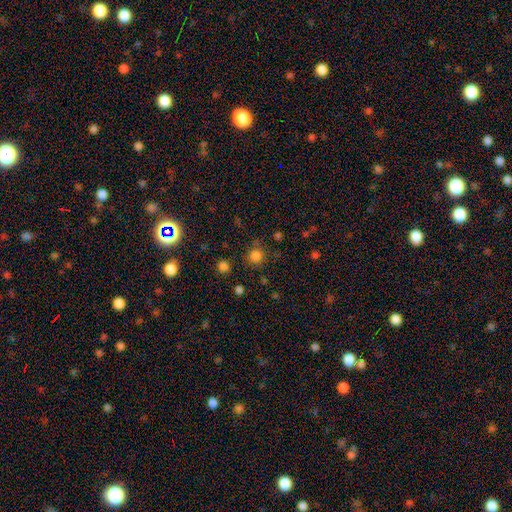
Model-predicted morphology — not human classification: This is likely a smooth galaxy (79%). How rounded: clearly round (93%). Merging: clearly none (81%).